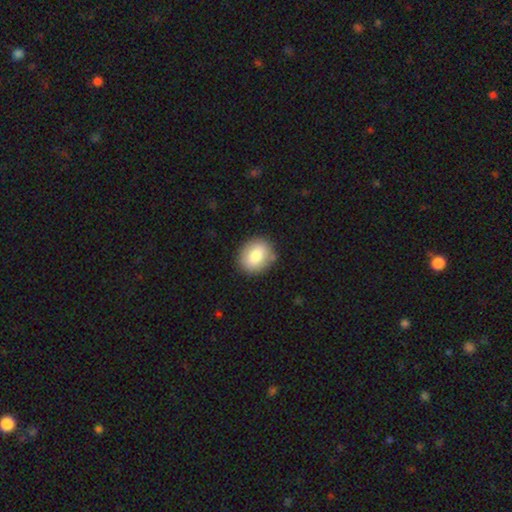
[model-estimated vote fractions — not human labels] Smooth or featured?
  - smooth: 80% *
  - featured or disk: 12%
  - star or artifact: 8%
How rounded?
  - round: 53% *
  - in between: 46%
  - cigar-shaped: 1%
Merging?
  - none: 85% *
  - minor disturbance: 11%
  - major disturbance: 3%
  - merger: 2%